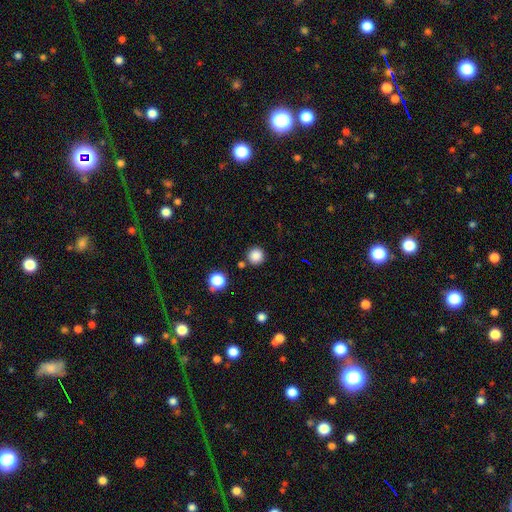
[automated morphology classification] Smooth or featured? smooth (85%)
How rounded? round (95%)
Merging? none (86%)